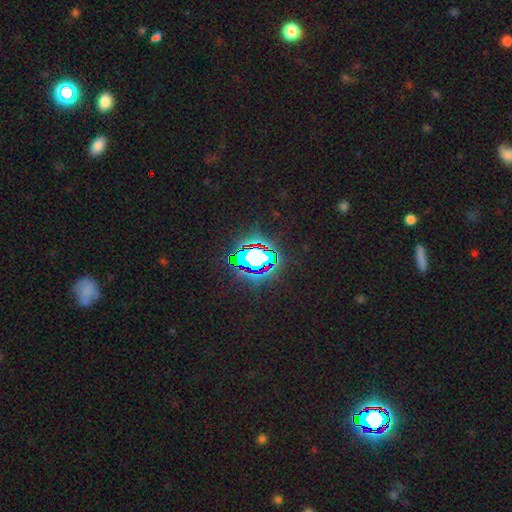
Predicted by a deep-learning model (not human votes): A star or artifact, not a galaxy (66%).